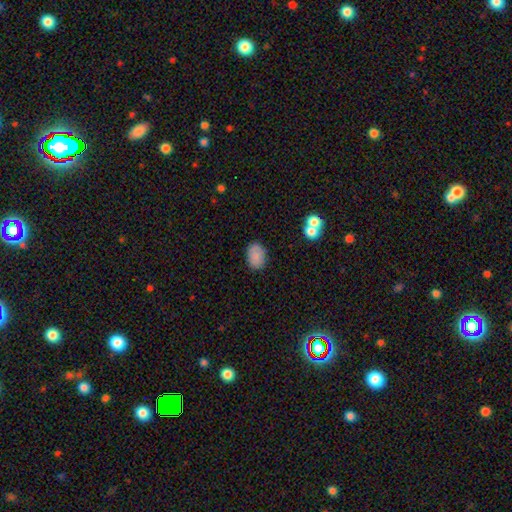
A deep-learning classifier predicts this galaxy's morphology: This appears to be a smooth galaxy with no disk features (84%) that is in between round and cigar-shaped (80%). Merging: none (81%).